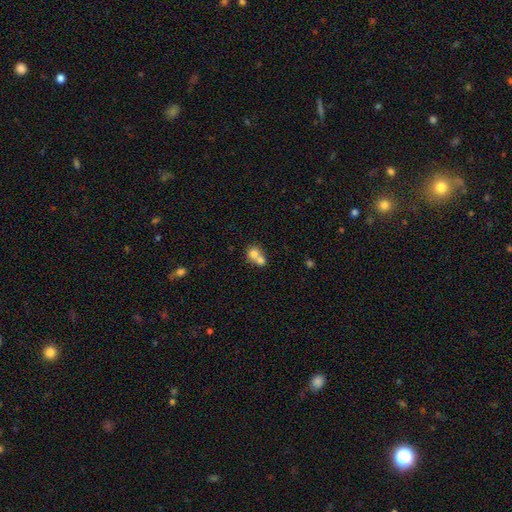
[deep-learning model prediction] Q: Smooth or featured?
A: smooth (73%); runner-up: featured or disk (17%)
Q: How rounded?
A: round (73%); runner-up: in between (26%)
Q: Merging?
A: merger (68%); runner-up: none (25%)